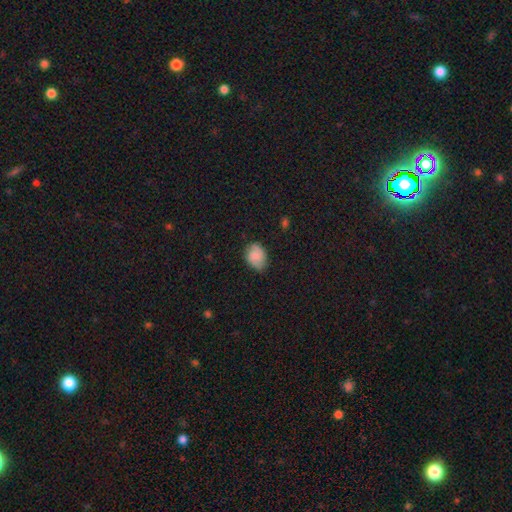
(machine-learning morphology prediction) Smooth or featured: smooth — 78% (featured or disk — 13%)
How rounded: in between — 66% (round — 32%)
Merging: none — 71% (minor disturbance — 23%)